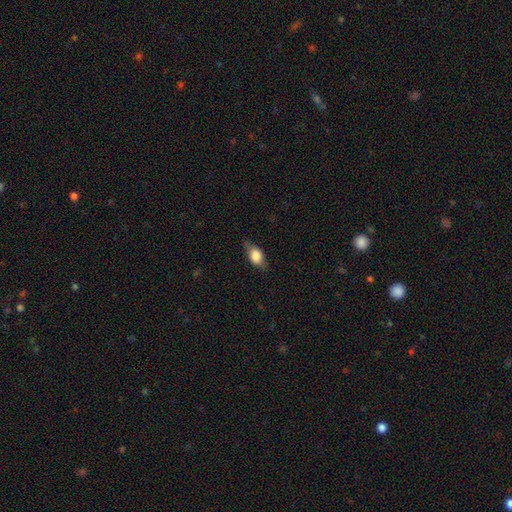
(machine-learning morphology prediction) Smooth or featured? Predicted: smooth (p=0.69). How rounded? Predicted: in between (p=0.78). Merging? Predicted: none (p=0.70).